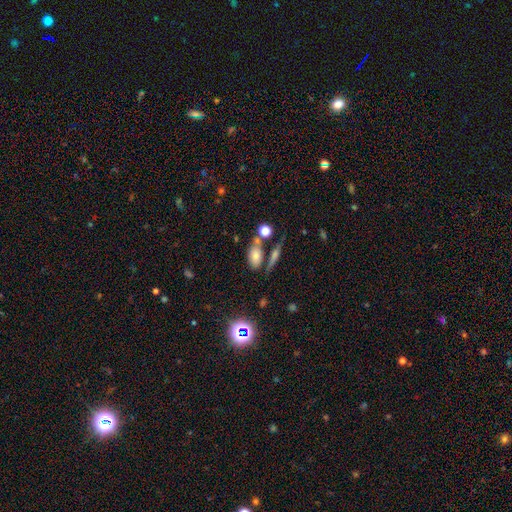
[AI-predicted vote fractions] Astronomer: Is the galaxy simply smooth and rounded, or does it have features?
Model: smooth — 73%.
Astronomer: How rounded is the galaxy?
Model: in between — 84%.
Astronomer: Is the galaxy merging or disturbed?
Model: none — 56%.